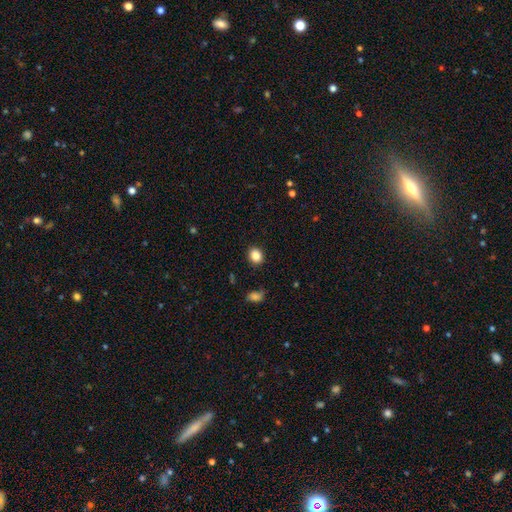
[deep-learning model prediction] Smooth or featured? smooth (86%)
How rounded? round (59%)
Merging? none (88%)